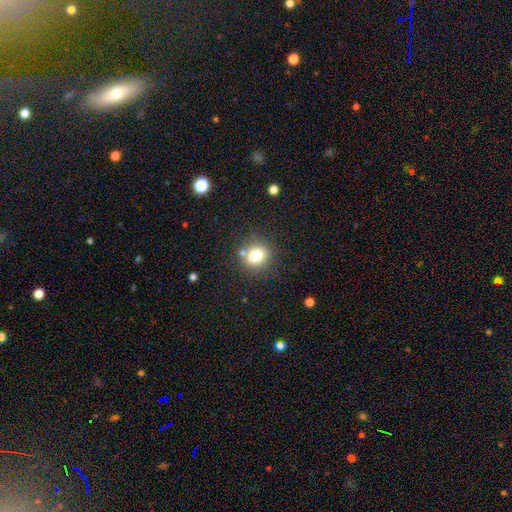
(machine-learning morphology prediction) smooth 78%, star or artifact 13%, featured or disk 9%. Down the decision tree: how rounded — round (76%); merging — none (77%).